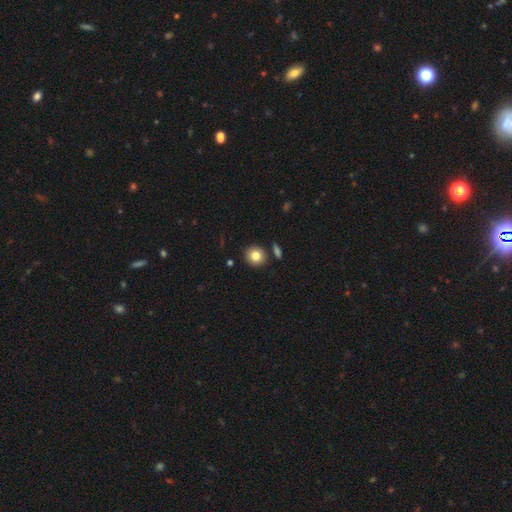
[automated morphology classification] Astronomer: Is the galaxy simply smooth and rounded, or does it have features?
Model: smooth — 82%.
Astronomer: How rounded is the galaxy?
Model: round — 86%.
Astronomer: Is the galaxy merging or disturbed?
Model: none — 85%.